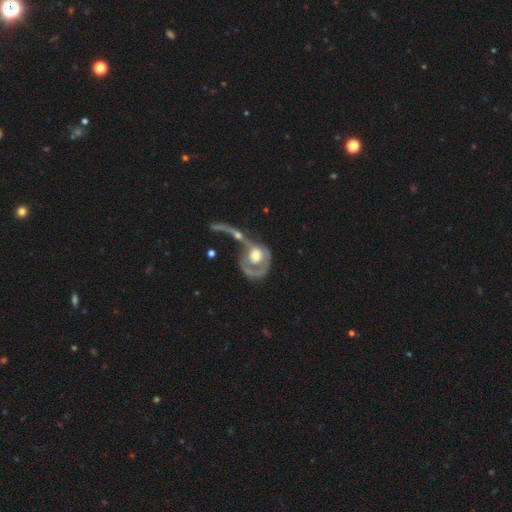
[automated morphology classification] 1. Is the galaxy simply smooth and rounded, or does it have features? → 70% featured or disk, 24% smooth, 6% star or artifact.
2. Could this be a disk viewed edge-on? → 94% no, 6% yes.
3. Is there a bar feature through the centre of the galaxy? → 78% no, 17% weak, 5% strong.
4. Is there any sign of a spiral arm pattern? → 59% yes, 41% no.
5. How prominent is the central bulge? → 56% moderate, 31% large, 8% small, 3% dominant, 3% none.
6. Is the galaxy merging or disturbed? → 56% merger, 21% major disturbance, 14% none, 8% minor disturbance.